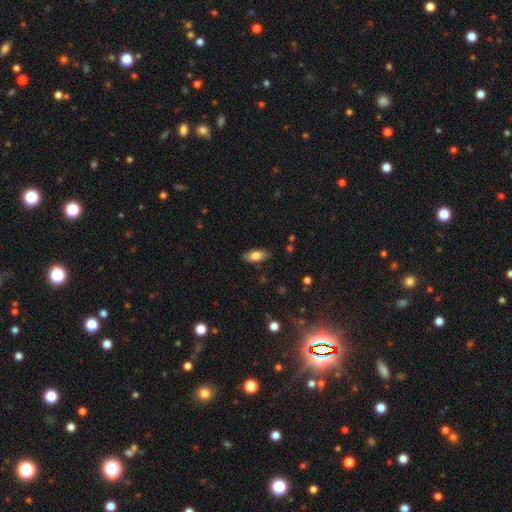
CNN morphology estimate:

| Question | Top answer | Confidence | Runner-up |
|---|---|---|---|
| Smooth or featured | smooth | 77% | featured or disk (16%) |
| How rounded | in between | 82% | cigar-shaped (15%) |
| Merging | none | 86% | minor disturbance (11%) |